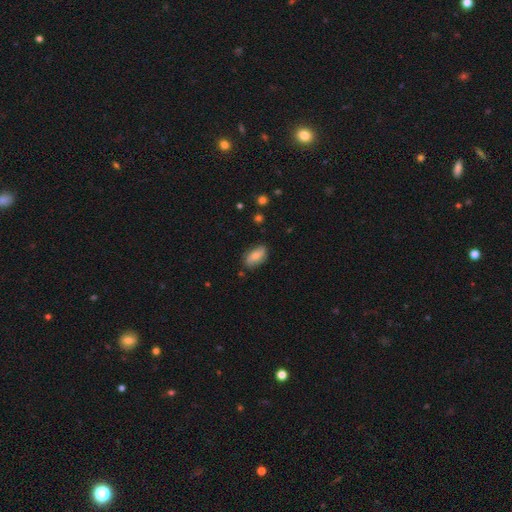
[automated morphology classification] Overall: smooth (61%; featured or disk 32%). How rounded: in between (90%). Merging: none (78%).